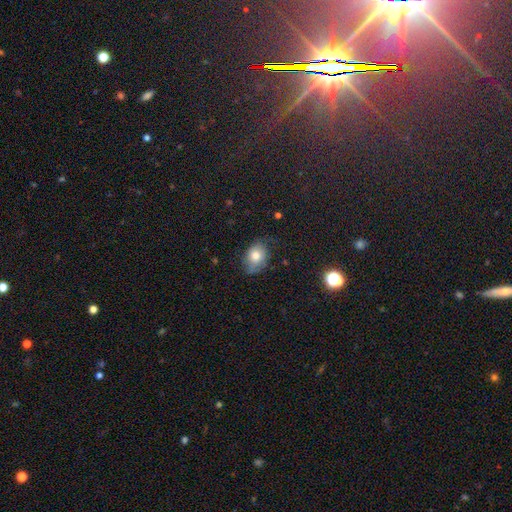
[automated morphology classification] Overall: smooth (72%). How rounded: in between (75%). Merging: none (63%; minor disturbance 28%).